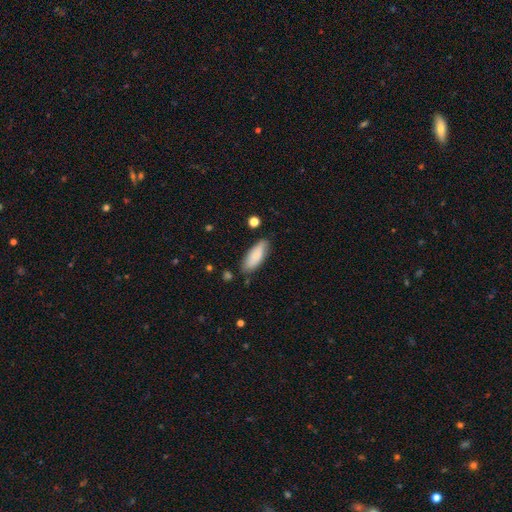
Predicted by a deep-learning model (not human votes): Q: Smooth or featured?
A: smooth (83%); runner-up: featured or disk (11%)
Q: How rounded?
A: in between (72%); runner-up: cigar-shaped (26%)
Q: Merging?
A: none (79%); runner-up: minor disturbance (16%)